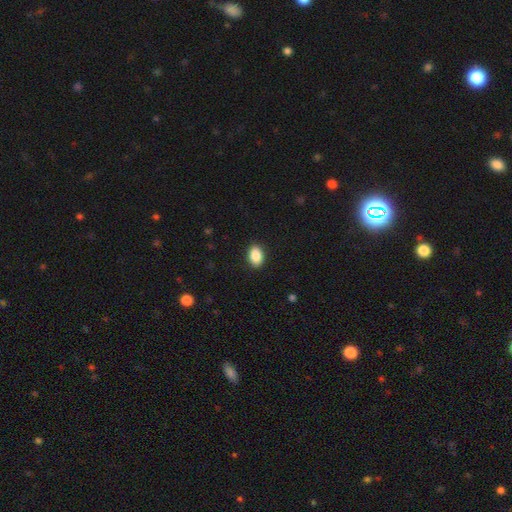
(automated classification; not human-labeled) This is clearly a smooth galaxy (89%). How rounded: clearly in between (88%). Merging: clearly none (90%).